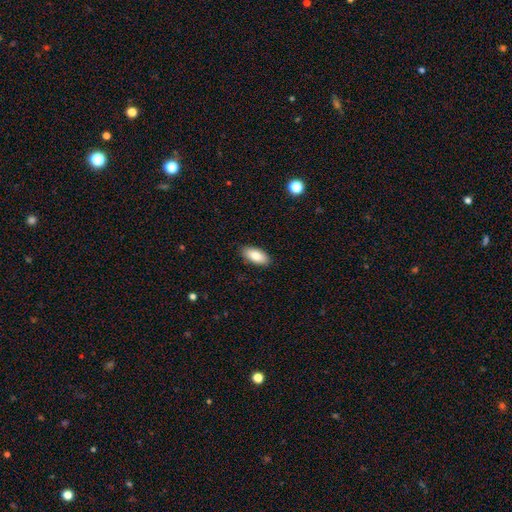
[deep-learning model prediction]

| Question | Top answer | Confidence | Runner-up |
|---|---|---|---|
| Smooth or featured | smooth | 85% | featured or disk (9%) |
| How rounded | in between | 91% | cigar-shaped (7%) |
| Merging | none | 89% | minor disturbance (8%) |